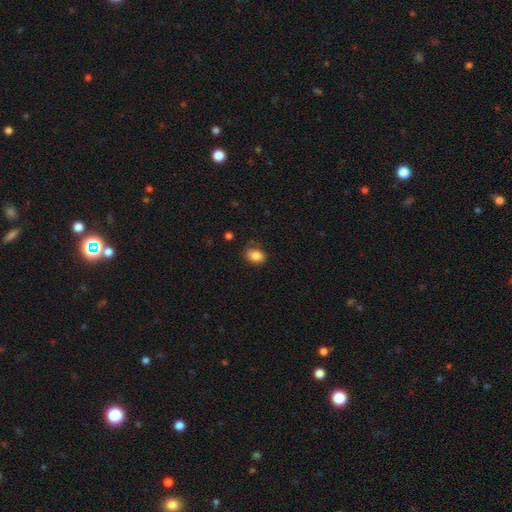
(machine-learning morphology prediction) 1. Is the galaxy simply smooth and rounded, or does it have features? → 86% smooth, 9% star or artifact, 6% featured or disk.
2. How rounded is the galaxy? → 73% in between, 26% round, 1% cigar-shaped.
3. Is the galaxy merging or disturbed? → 74% none, 20% minor disturbance, 5% major disturbance, 2% merger.